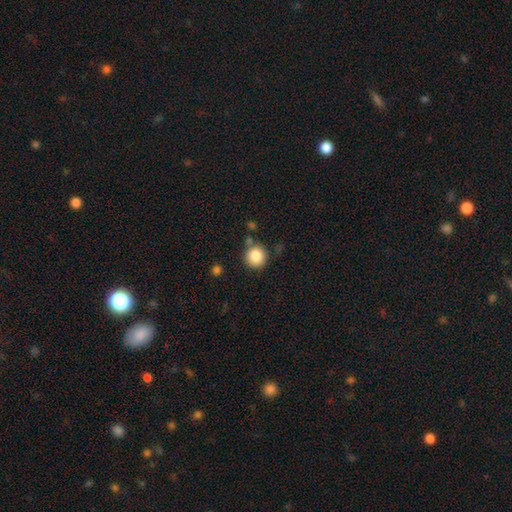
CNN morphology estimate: The model was most divided on "merging": none: 79%, minor disturbance: 10%, merger: 7%, major disturbance: 3%. More confident: how rounded — round (93%); smooth or featured — smooth (85%).